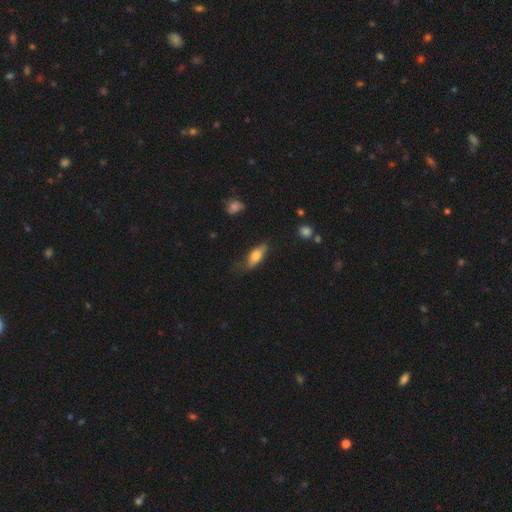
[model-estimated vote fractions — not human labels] The model was most divided on "merging": none: 62%, minor disturbance: 28%, major disturbance: 8%, merger: 2%. More confident: how rounded — in between (72%); smooth or featured — smooth (70%).